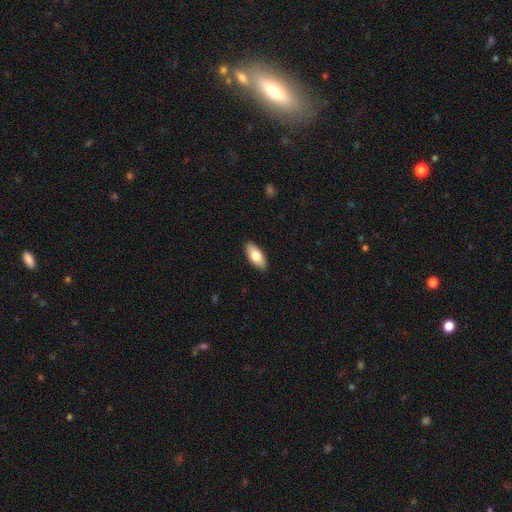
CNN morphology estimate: Q: Smooth or featured?
A: smooth (76%); runner-up: featured or disk (18%)
Q: How rounded?
A: in between (86%); runner-up: cigar-shaped (12%)
Q: Merging?
A: none (90%); runner-up: minor disturbance (8%)